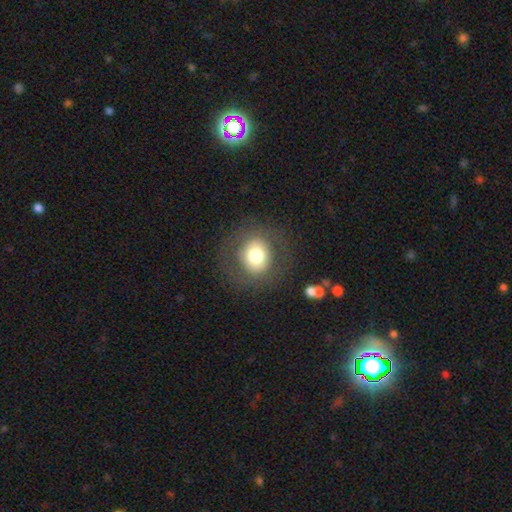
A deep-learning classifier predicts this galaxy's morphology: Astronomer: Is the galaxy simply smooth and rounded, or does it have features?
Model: smooth — 66%.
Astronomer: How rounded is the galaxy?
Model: round — 88%.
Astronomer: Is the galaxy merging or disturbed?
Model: none — 82%.